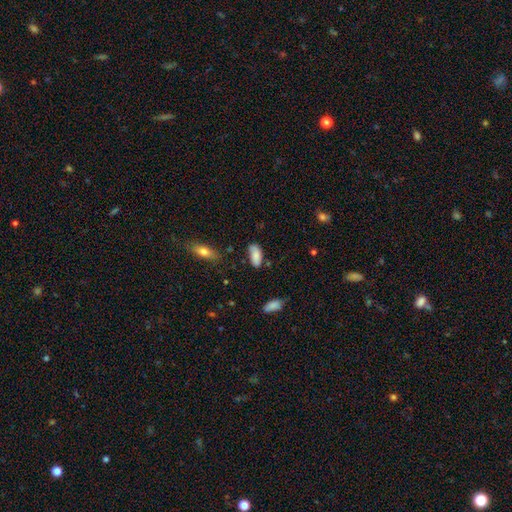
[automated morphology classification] This is clearly a smooth galaxy (84%). How rounded: clearly in between (89%). Merging: likely none (72%).